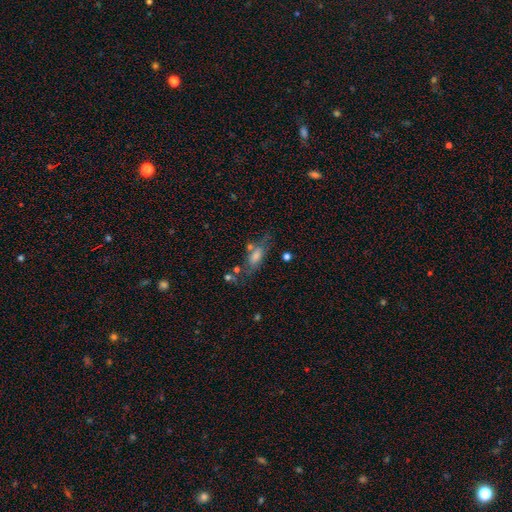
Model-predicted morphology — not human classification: A smooth galaxy with no disk features (46%). Merging: none (56%).